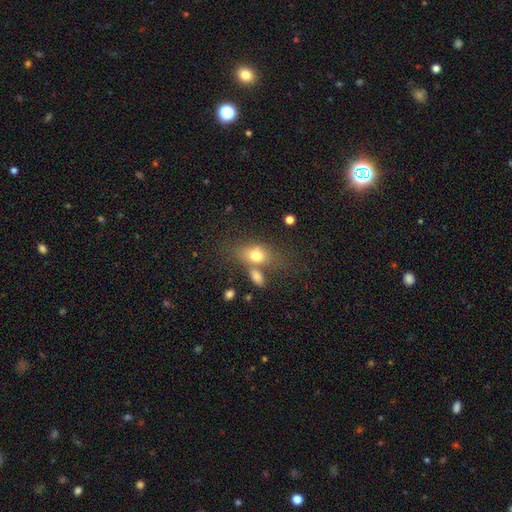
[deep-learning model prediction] Morphology: type=smooth (73%); roundness=in between (74%); merging=none (47%).